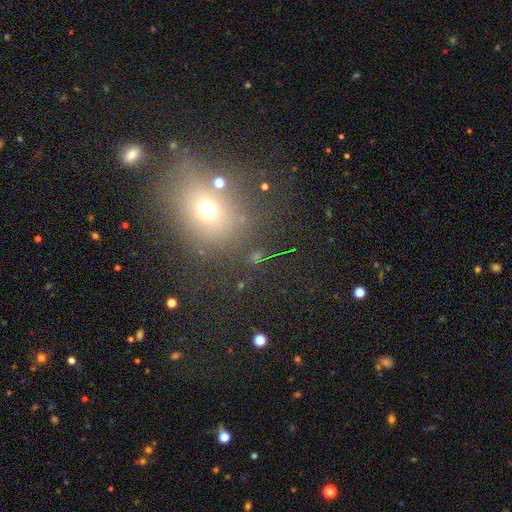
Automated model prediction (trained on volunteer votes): A smooth galaxy with no disk features (50%). Merging: none (74%).